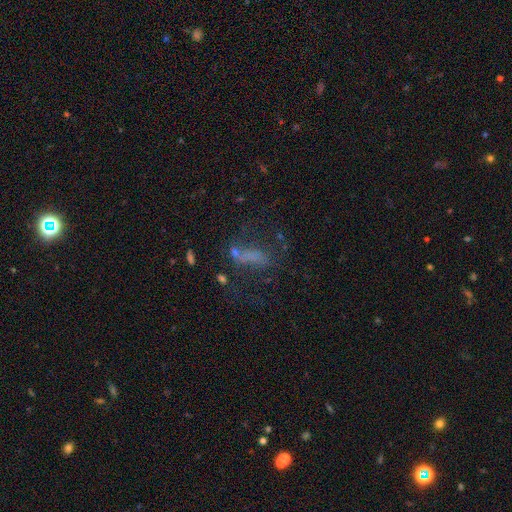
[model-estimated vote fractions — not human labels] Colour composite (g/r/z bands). It shows a smooth galaxy with no disk features (40%). Merging: none (38%).